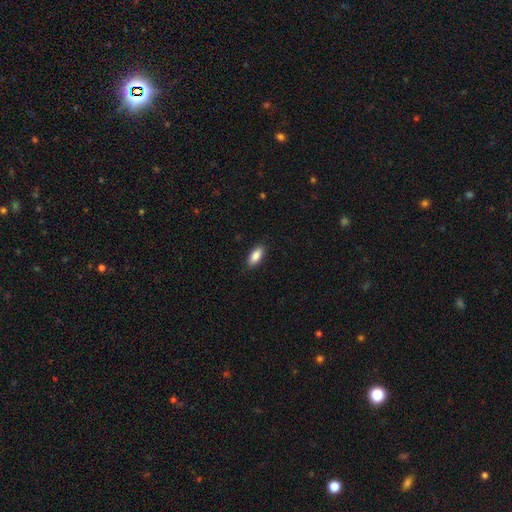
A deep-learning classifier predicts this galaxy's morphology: smooth-or-featured: smooth: 88% | star or artifact: 7% | featured or disk: 6%
  how-rounded: in between: 87% | cigar-shaped: 10% | round: 2%
  merging: none: 87% | minor disturbance: 10% | major disturbance: 2% | merger: 1%